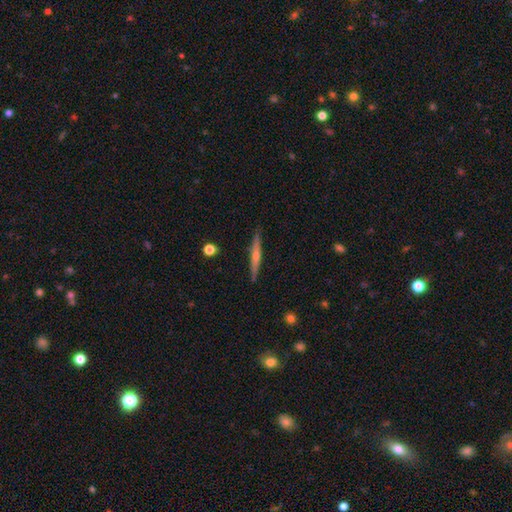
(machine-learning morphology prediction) Smooth or featured? featured or disk (72%)
Edge-on disk? yes (98%)
Edge-on bulge? rounded (82%)
Merging? none (91%)